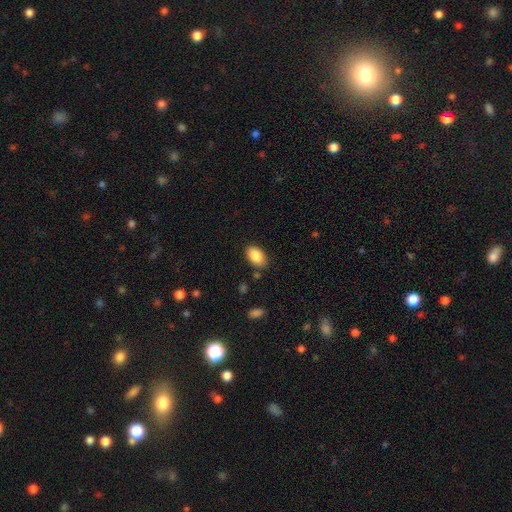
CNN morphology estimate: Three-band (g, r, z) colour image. It shows a smooth galaxy with no disk features (88%) that is in between round and cigar-shaped (91%). Merging: none (83%).